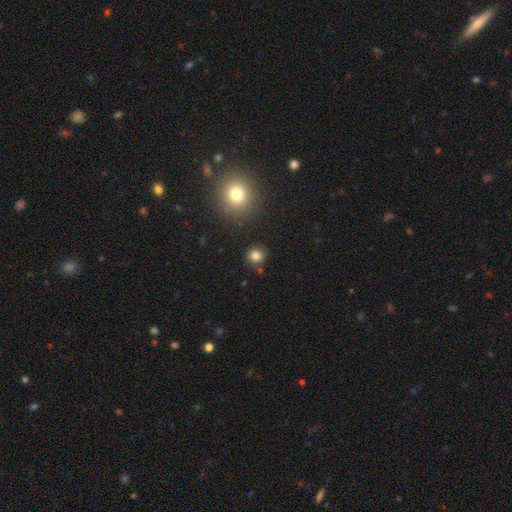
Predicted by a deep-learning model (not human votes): A smooth galaxy with no disk features (82%) that is round (89%).

Vote fractions:
- Smooth or featured? smooth: 82% / star or artifact: 13% / featured or disk: 5%
- How rounded? round: 89% / in between: 10% / cigar-shaped: 1%
- Merging? none: 85% / minor disturbance: 8% / merger: 4% / major disturbance: 3%